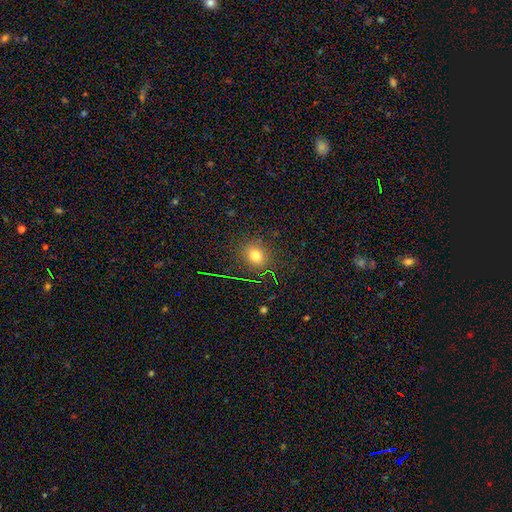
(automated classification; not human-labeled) Smooth or featured? smooth (73%)
How rounded? round (74%)
Merging? none (85%)